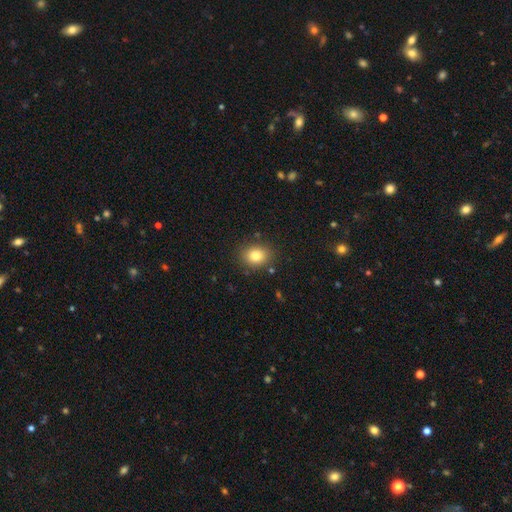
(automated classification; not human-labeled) A smooth galaxy with no disk features (82%) that is round (56%). Merging: none (85%).